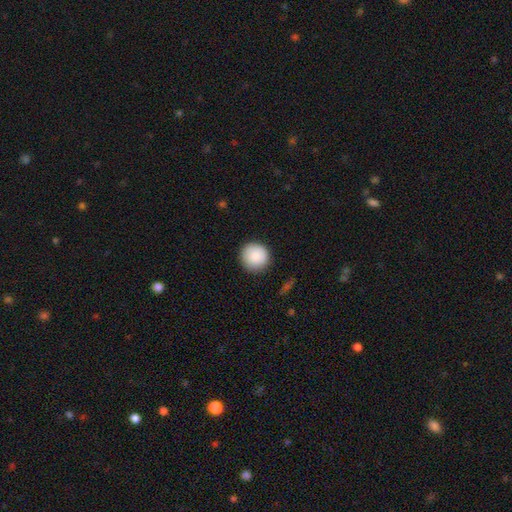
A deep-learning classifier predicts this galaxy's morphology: Smooth or featured?
  - smooth: 89% *
  - star or artifact: 7%
  - featured or disk: 4%
How rounded?
  - round: 95% *
  - in between: 4%
  - cigar-shaped: 1%
Merging?
  - none: 90% *
  - minor disturbance: 7%
  - major disturbance: 2%
  - merger: 1%